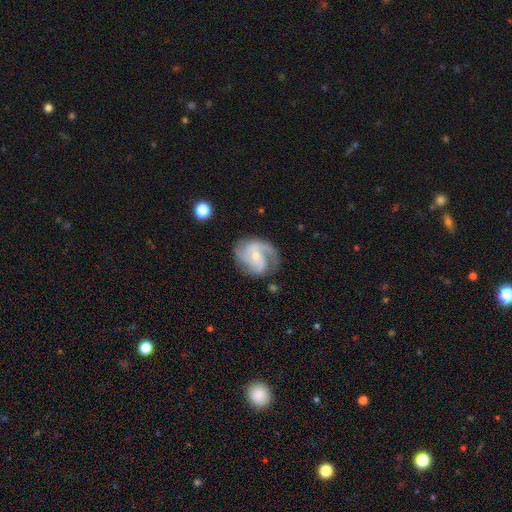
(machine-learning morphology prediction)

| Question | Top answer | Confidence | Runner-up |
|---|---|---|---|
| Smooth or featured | featured or disk | 82% | smooth (12%) |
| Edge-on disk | no | 98% | yes (2%) |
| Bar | no | 46% | weak (41%) |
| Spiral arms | yes | 95% | no (5%) |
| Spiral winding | medium | 49% | tight (27%) |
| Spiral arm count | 2 | 46% | 3 (25%) |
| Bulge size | small | 60% | moderate (36%) |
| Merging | none | 64% | minor disturbance (22%) |